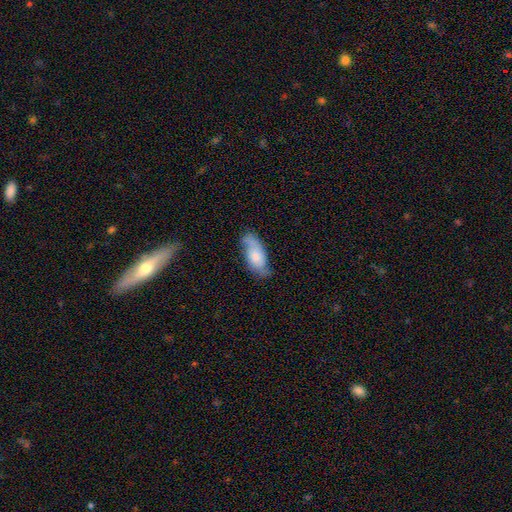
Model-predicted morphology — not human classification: This is possibly a featured or disk galaxy (49%). Merging: possibly none (59%).